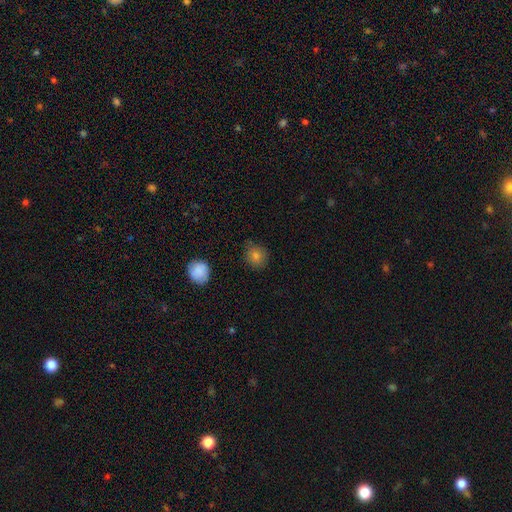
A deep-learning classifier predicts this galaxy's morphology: A smooth galaxy with no disk features (81%) that is round (79%).

Vote fractions:
- Smooth or featured? smooth: 81% / star or artifact: 11% / featured or disk: 8%
- How rounded? round: 79% / in between: 20% / cigar-shaped: 1%
- Merging? none: 77% / minor disturbance: 18% / major disturbance: 3% / merger: 2%